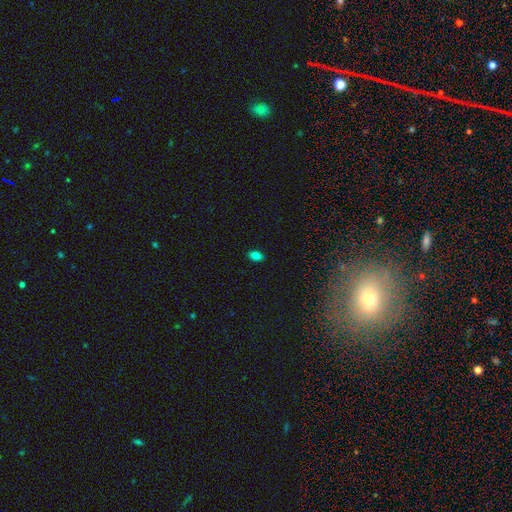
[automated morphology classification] smooth-or-featured: smooth: 82% | star or artifact: 13% | featured or disk: 5%
  how-rounded: in between: 84% | round: 15% | cigar-shaped: 2%
  merging: none: 89% | minor disturbance: 8% | major disturbance: 2% | merger: 1%